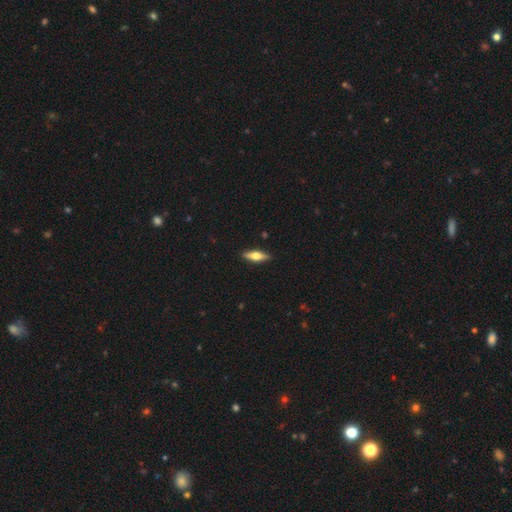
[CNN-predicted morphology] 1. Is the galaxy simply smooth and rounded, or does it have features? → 51% featured or disk, 43% smooth, 6% star or artifact.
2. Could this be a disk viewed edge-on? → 93% yes, 7% no.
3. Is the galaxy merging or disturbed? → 90% none, 7% minor disturbance, 2% major disturbance, 1% merger.